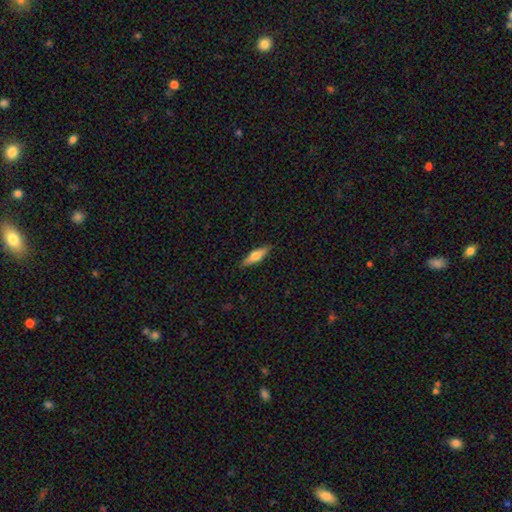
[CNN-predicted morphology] type=smooth (53%); roundness=cigar-shaped (65%); merging=none (89%).